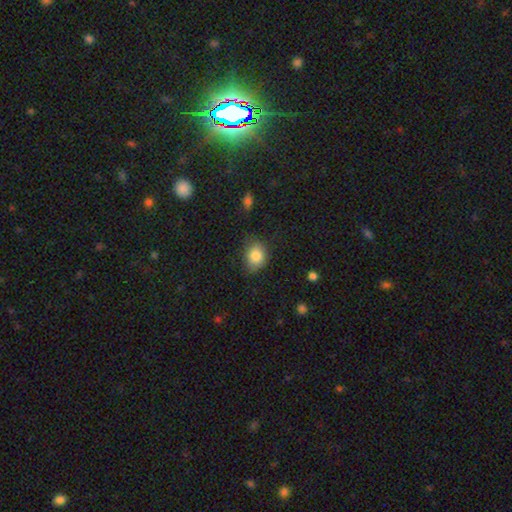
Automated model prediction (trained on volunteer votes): Smooth or featured? Predicted: smooth (p=0.84). How rounded? Predicted: in between (p=0.51). Merging? Predicted: none (p=0.71).